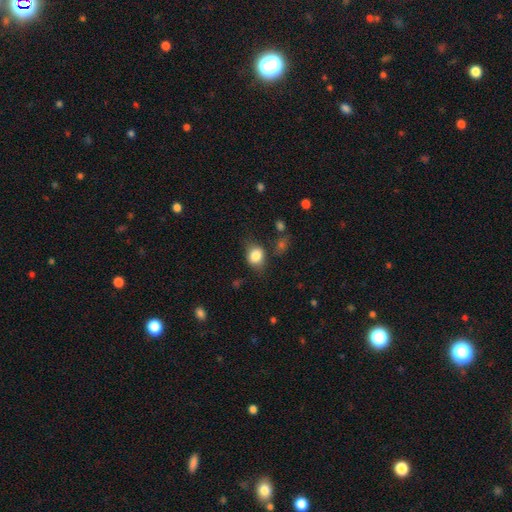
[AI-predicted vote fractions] A smooth galaxy with no disk features (81%) that is round (52%). Merging: none (65%).